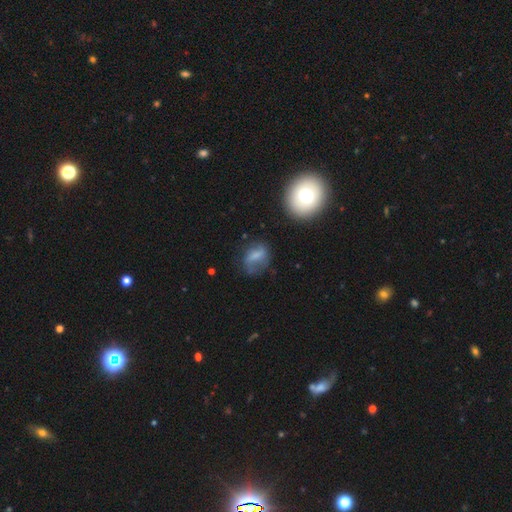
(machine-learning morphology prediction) Smooth or featured? Predicted: smooth (p=0.53). How rounded? Predicted: in between (p=0.68). Merging? Predicted: none (p=0.49).